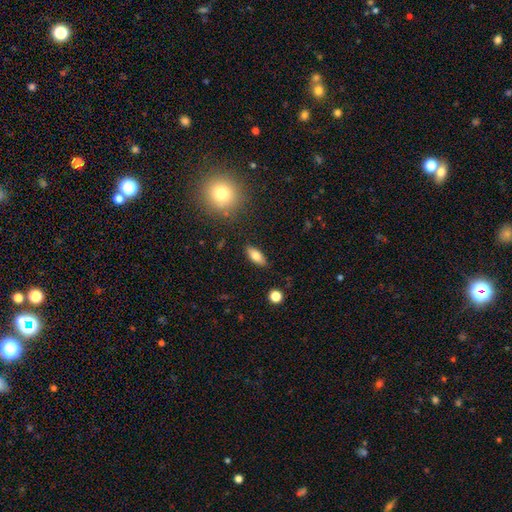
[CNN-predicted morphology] The model was most divided on "how rounded": in between: 78%, cigar-shaped: 19%, round: 3%. More confident: merging — none (87%); smooth or featured — smooth (76%).